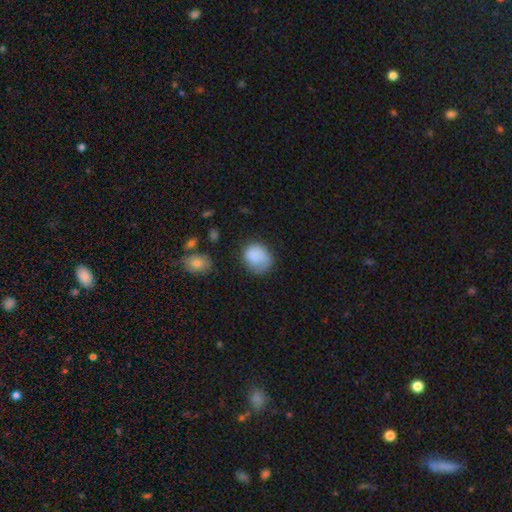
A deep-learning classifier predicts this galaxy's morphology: smooth_or_featured: smooth (p=0.82) [alt: featured or disk p=0.10]
how_rounded: round (p=0.62) [alt: in between p=0.37]
merging: none (p=0.52) [alt: minor disturbance p=0.29]